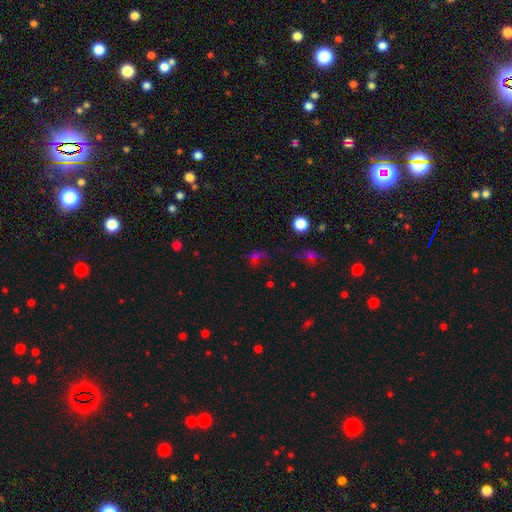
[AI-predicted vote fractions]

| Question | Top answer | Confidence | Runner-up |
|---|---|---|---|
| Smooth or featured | smooth | 45% | star or artifact (44%) |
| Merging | none | 58% | minor disturbance (18%) |